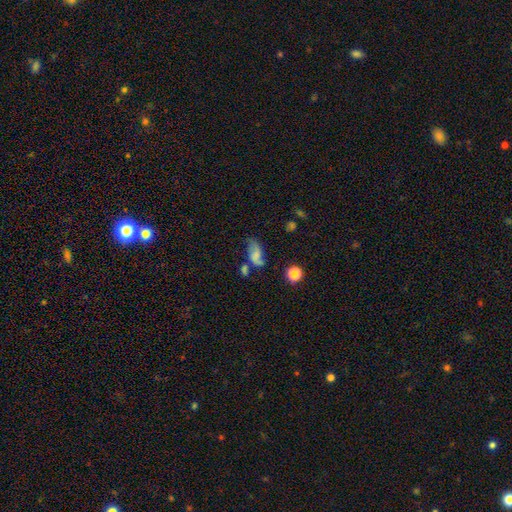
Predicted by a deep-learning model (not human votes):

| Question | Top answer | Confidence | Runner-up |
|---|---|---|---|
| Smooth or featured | smooth | 51% | featured or disk (36%) |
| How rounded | in between | 85% | round (9%) |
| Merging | none | 39% | minor disturbance (27%) |